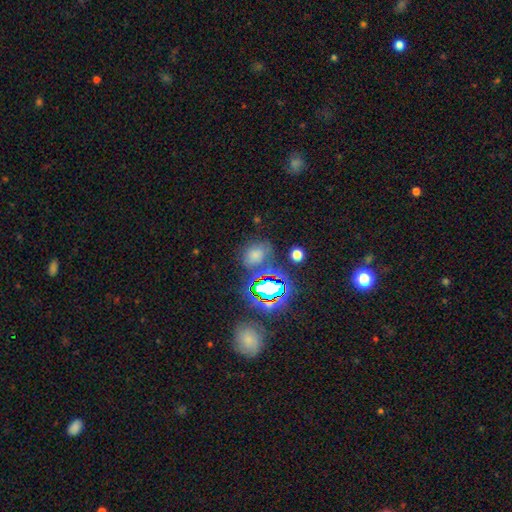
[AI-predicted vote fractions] Smooth or featured: star or artifact — 46% (smooth — 42%)